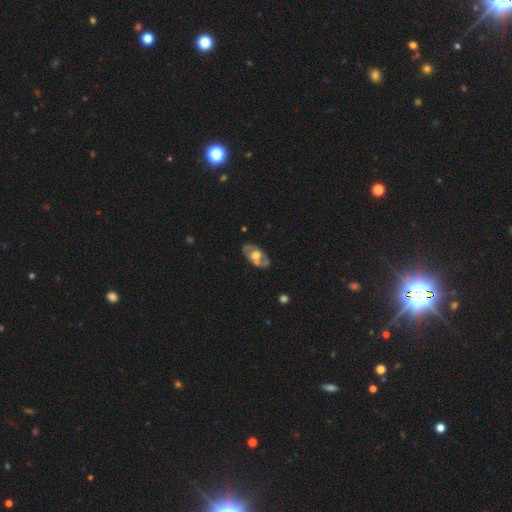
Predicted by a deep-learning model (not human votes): A featured or disk galaxy (64%) with no bar (73%), no spiral arms (64%) and a moderate central bulge (57%). Merging: none (62%).